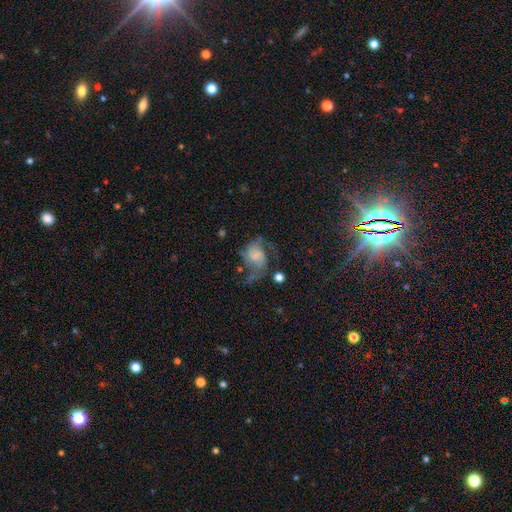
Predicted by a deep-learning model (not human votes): Overall: featured or disk (62%; smooth 28%). Edge-on disk: no (98%). Bar: no (57%; weak 35%). Spiral arms: yes (86%). Spiral arm count: 2 (81%). Spiral winding: loose (52%; medium 38%). Bulge size: none (37%; small 25%). Merging: none (37%; major disturbance 35%).